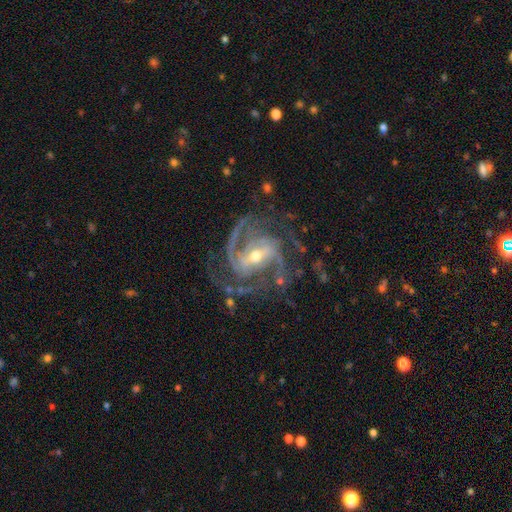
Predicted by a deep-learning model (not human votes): Smooth or featured?
  - featured or disk: 93% *
  - star or artifact: 5%
  - smooth: 2%
Edge-on disk?
  - no: 97% *
  - yes: 3%
Bar?
  - strong: 51% *
  - weak: 36%
  - no: 13%
Spiral arms?
  - yes: 98% *
  - no: 2%
Spiral winding?
  - medium: 50% *
  - tight: 41%
  - loose: 9%
Spiral arm count?
  - 3: 37% *
  - 2: 32%
  - 4: 12%
  - can't tell: 9%
  - more than 4: 5%
  - 1: 5%
Bulge size?
  - moderate: 49% *
  - small: 47%
  - large: 3%
  - none: 1%
  - dominant: 1%
Merging?
  - none: 68% *
  - minor disturbance: 17%
  - major disturbance: 13%
  - merger: 2%